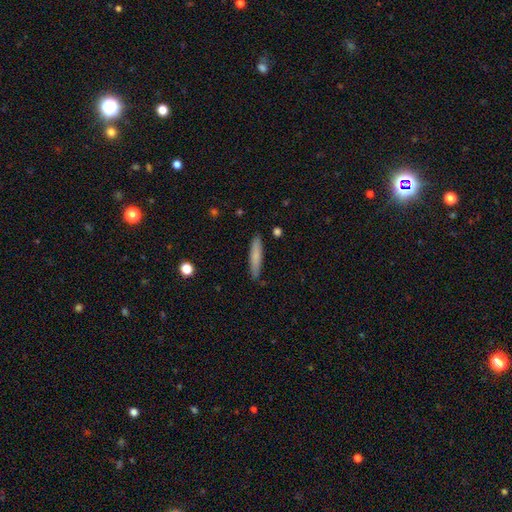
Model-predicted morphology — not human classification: Smooth or featured? Predicted: smooth (p=0.76). How rounded? Predicted: cigar-shaped (p=0.89). Merging? Predicted: none (p=0.86).